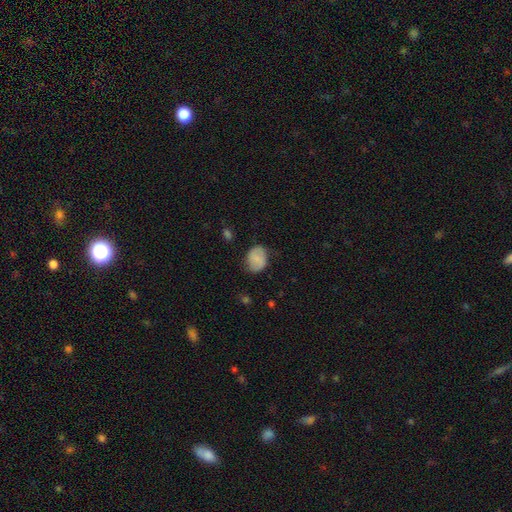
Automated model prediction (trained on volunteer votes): smooth-or-featured: smooth: 70% | featured or disk: 22% | star or artifact: 8%
  how-rounded: in between: 58% | round: 41% | cigar-shaped: 1%
  merging: none: 73% | minor disturbance: 21% | major disturbance: 5% | merger: 1%